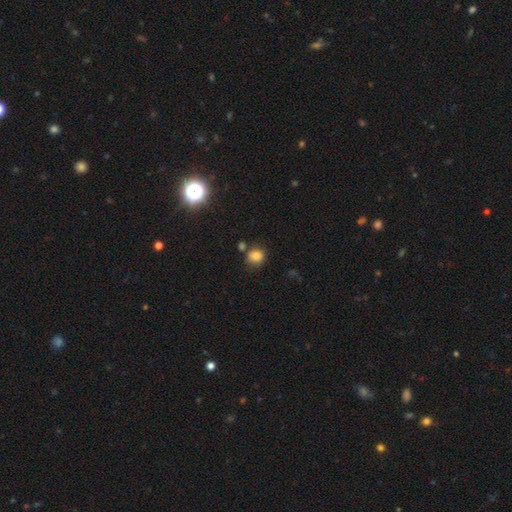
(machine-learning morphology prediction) Q: Smooth or featured?
A: smooth (79%); runner-up: star or artifact (13%)
Q: How rounded?
A: round (81%); runner-up: in between (18%)
Q: Merging?
A: none (66%); runner-up: minor disturbance (16%)